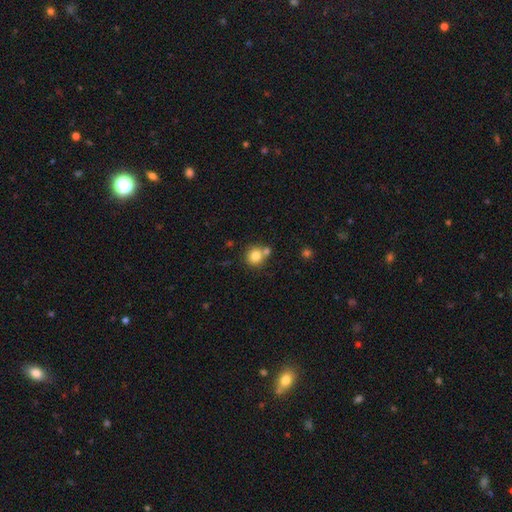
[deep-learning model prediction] Smooth or featured?
  - smooth: 81% *
  - star or artifact: 10%
  - featured or disk: 9%
How rounded?
  - round: 88% *
  - in between: 11%
  - cigar-shaped: 1%
Merging?
  - none: 61% *
  - merger: 27%
  - minor disturbance: 9%
  - major disturbance: 3%